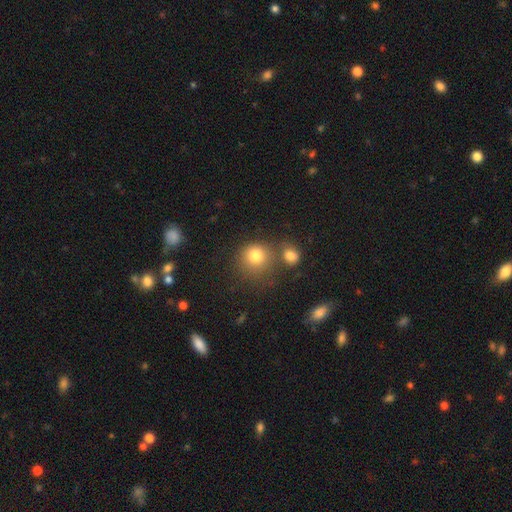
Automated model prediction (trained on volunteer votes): smooth-or-featured: smooth: 80% | star or artifact: 12% | featured or disk: 8%
  how-rounded: round: 87% | in between: 12% | cigar-shaped: 1%
  merging: none: 59% | merger: 23% | minor disturbance: 12% | major disturbance: 6%